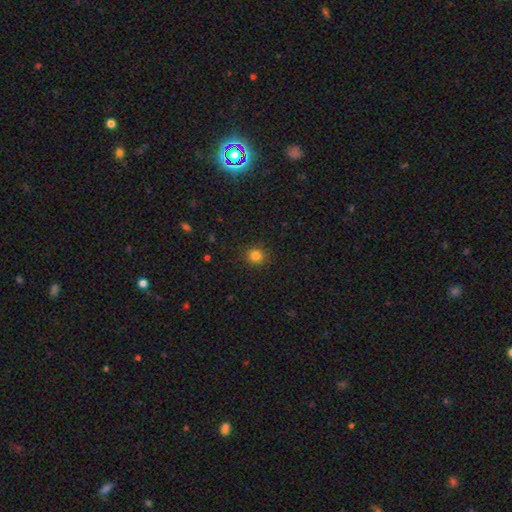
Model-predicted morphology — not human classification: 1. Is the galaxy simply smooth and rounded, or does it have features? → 82% smooth, 13% star or artifact, 5% featured or disk.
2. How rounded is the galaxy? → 90% round, 10% in between, 1% cigar-shaped.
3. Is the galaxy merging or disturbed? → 90% none, 7% minor disturbance, 2% major disturbance, 1% merger.